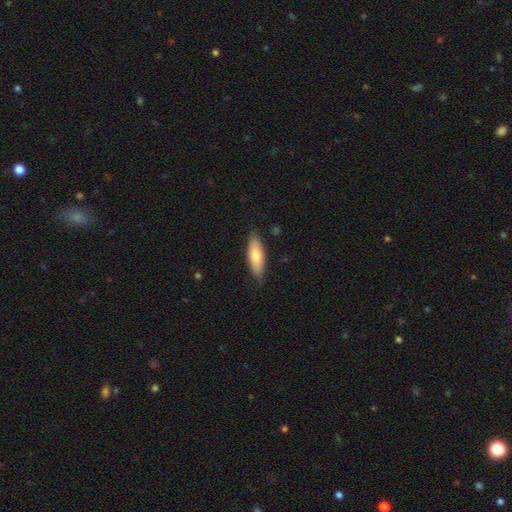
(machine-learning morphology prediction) Q: Smooth or featured?
A: smooth (75%); runner-up: featured or disk (19%)
Q: How rounded?
A: in between (59%); runner-up: cigar-shaped (39%)
Q: Merging?
A: none (83%); runner-up: minor disturbance (14%)